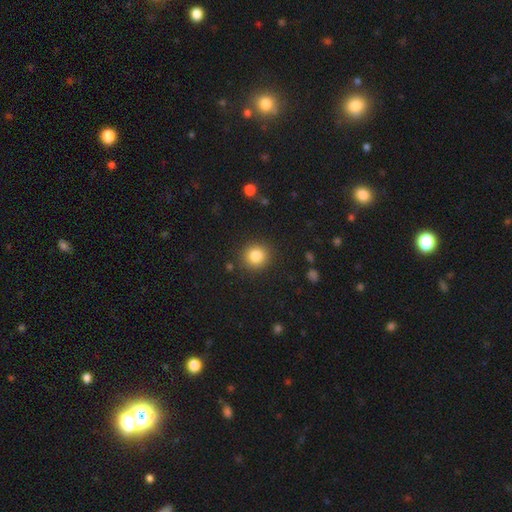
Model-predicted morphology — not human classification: Smooth or featured? Predicted: smooth (p=0.84). How rounded? Predicted: round (p=0.89). Merging? Predicted: none (p=0.89).